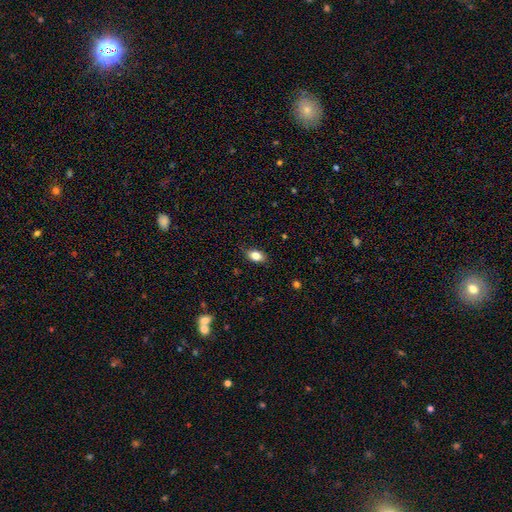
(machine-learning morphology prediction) Smooth or featured? Predicted: smooth (p=0.81). How rounded? Predicted: in between (p=0.84). Merging? Predicted: none (p=0.82).